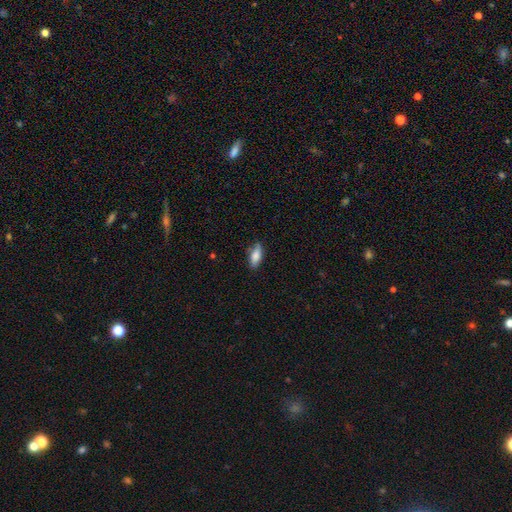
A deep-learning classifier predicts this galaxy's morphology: A smooth galaxy with no disk features (82%) that is in between round and cigar-shaped (75%). Merging: none (76%).